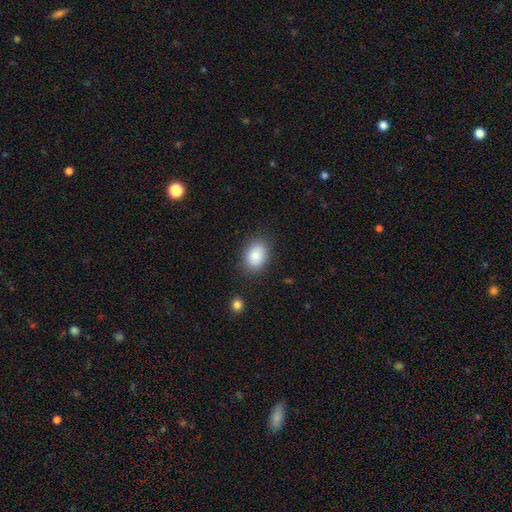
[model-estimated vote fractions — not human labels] Smooth or featured: smooth — 87% (star or artifact — 7%)
How rounded: in between — 81% (round — 18%)
Merging: none — 84% (minor disturbance — 11%)